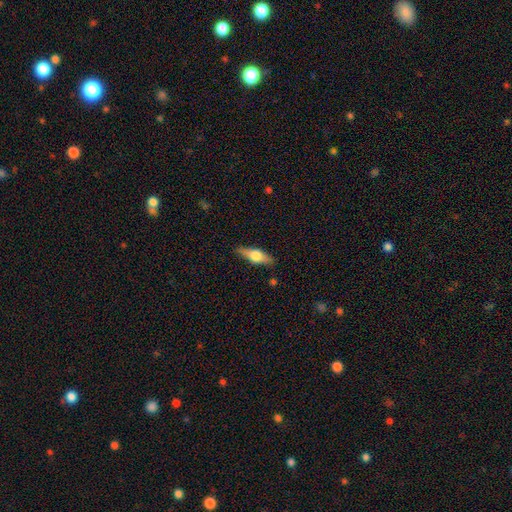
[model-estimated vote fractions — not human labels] This is possibly a featured or disk galaxy (51%). It is clearly viewed edge-on (92%). Merging: clearly none (84%).